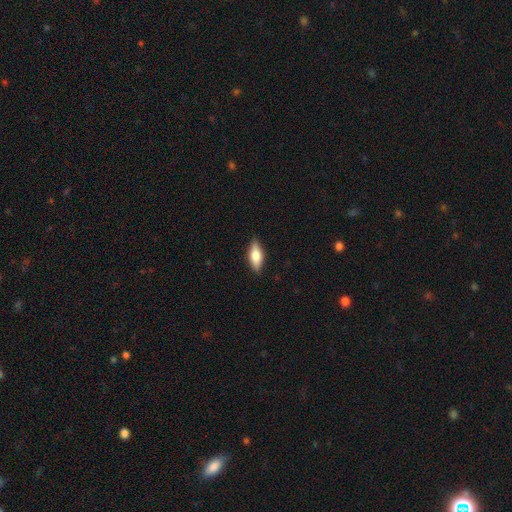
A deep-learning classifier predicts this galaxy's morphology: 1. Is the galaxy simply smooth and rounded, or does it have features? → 69% smooth, 24% featured or disk, 6% star or artifact.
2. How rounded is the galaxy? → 73% in between, 24% cigar-shaped, 3% round.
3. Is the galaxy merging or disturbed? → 88% none, 10% minor disturbance, 2% major disturbance, 1% merger.